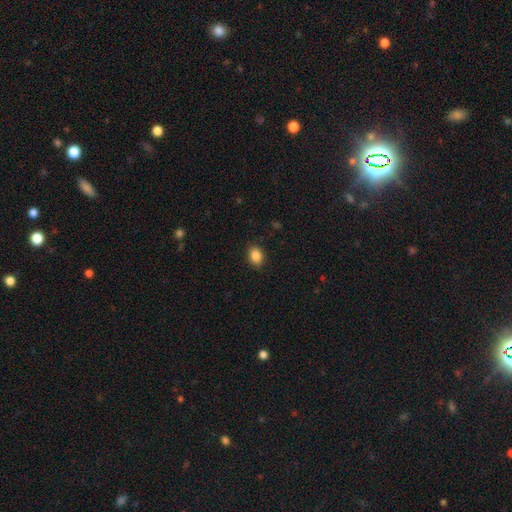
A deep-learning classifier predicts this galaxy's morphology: This appears to be a smooth galaxy with no disk features (87%) that is in between round and cigar-shaped (65%). Merging: none (88%).